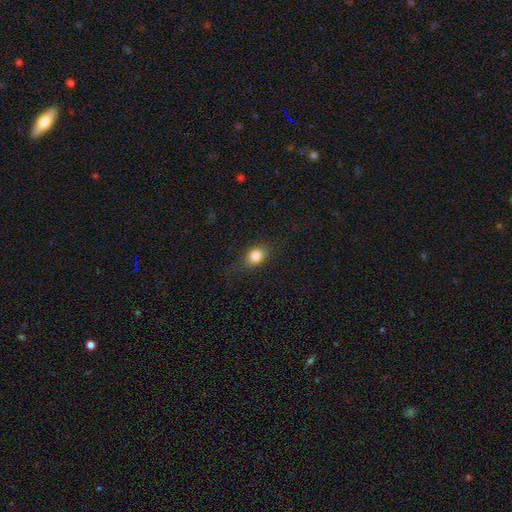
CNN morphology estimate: Smooth or featured: smooth — 82% (star or artifact — 10%)
How rounded: in between — 49% (tied with round — 49%)
Merging: none — 75% (minor disturbance — 17%)